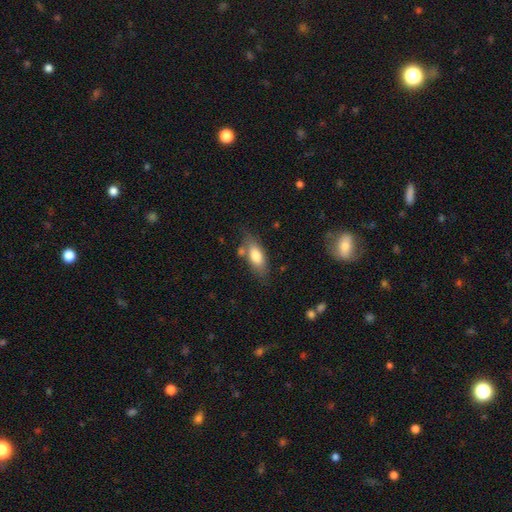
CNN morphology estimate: A smooth galaxy with no disk features (77%) that is in between round and cigar-shaped (80%). Merging: none (67%).